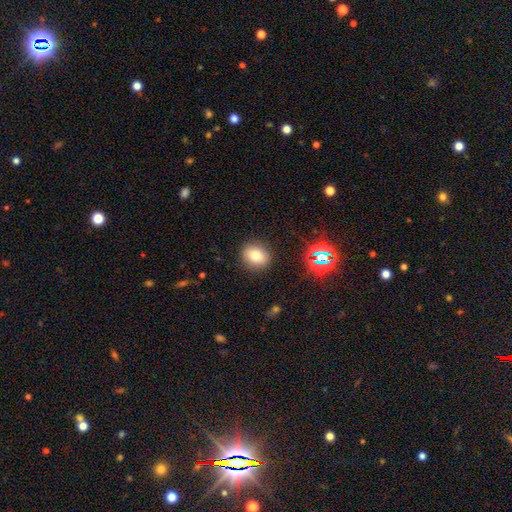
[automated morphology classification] type=smooth (74%); roundness=round (70%); merging=none (88%).